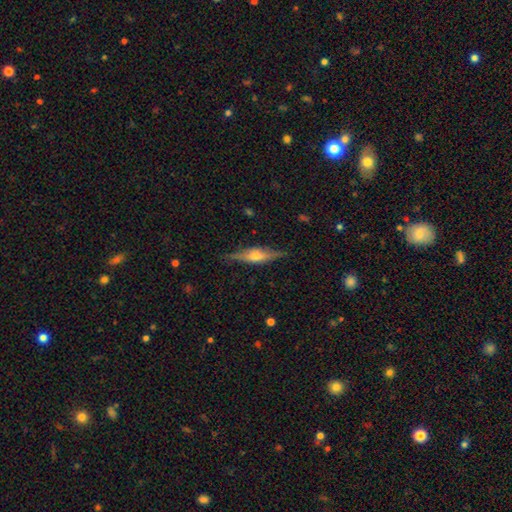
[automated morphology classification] A featured or disk galaxy (68%) viewed edge-on (95%) with a rounded central bulge (82%). Merging: none (85%).